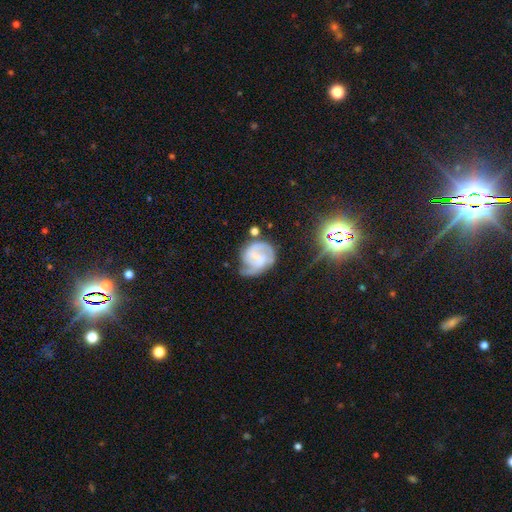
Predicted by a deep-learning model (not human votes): This appears to be a featured or disk galaxy (77%) with a weak bar (45%), 2 (63%) medium (45%) spiral arms (93%) and no central bulge (43%). Merging: none (54%).